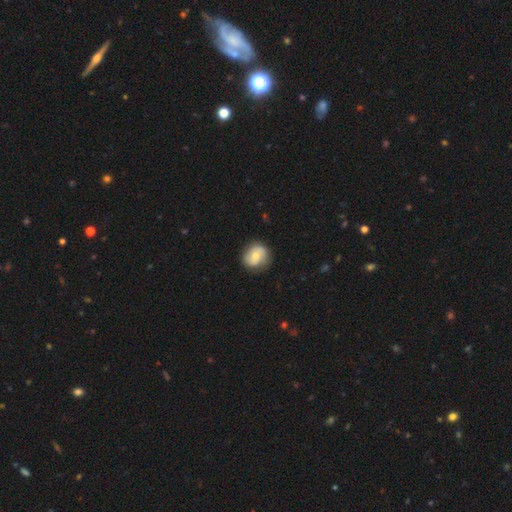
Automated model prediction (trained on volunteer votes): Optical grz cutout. It shows a smooth galaxy with no disk features (55%) that is round (81%). Merging: none (79%).